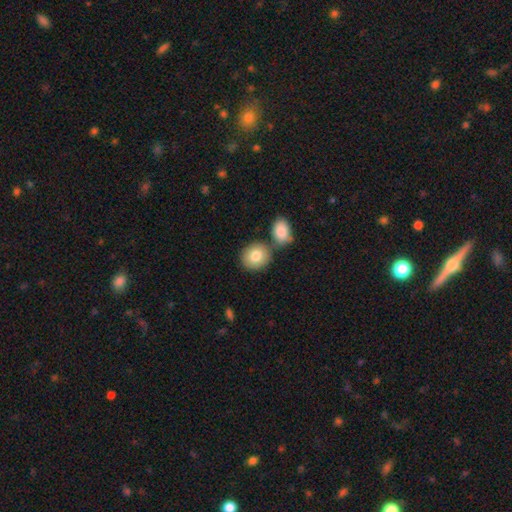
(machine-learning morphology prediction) Smooth or featured? smooth (81%)
How rounded? round (76%)
Merging? none (67%)